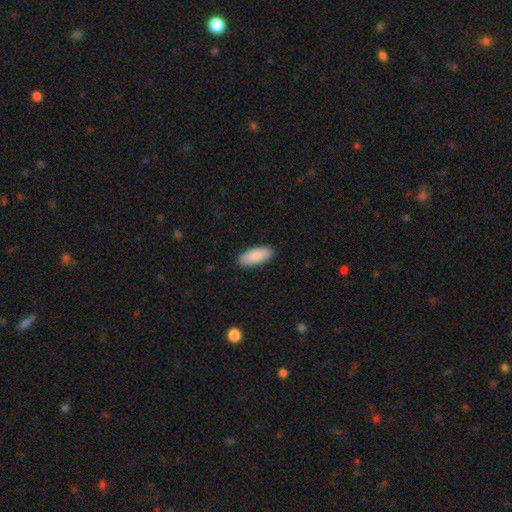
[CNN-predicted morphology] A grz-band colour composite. It shows a smooth galaxy with no disk features (89%) that is in between round and cigar-shaped (84%). Merging: none (90%).